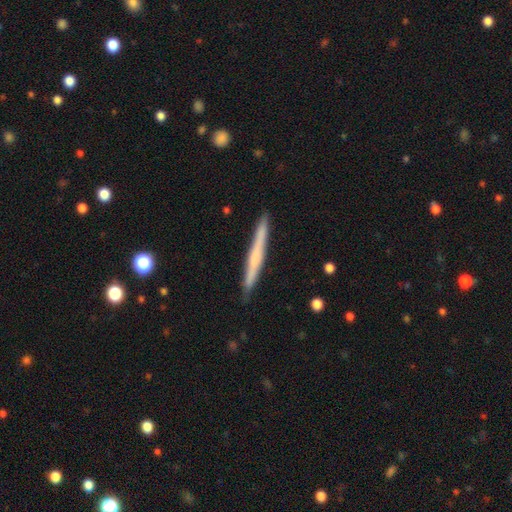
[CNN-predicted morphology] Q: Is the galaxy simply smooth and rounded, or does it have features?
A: smooth — 47%, tied with featured or disk.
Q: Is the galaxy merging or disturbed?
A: none — 90%.